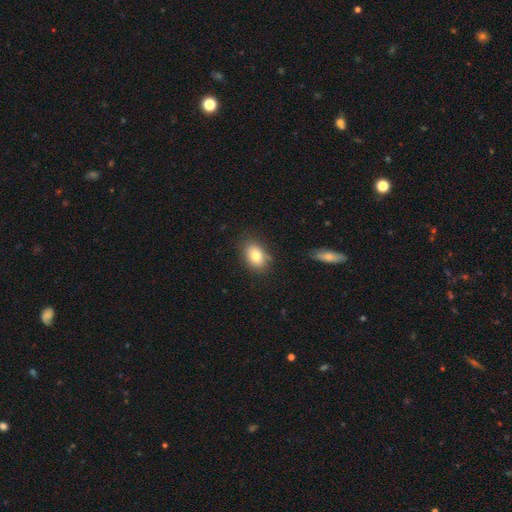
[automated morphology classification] A smooth galaxy with no disk features (81%) that is in between round and cigar-shaped (81%). Merging: none (80%).